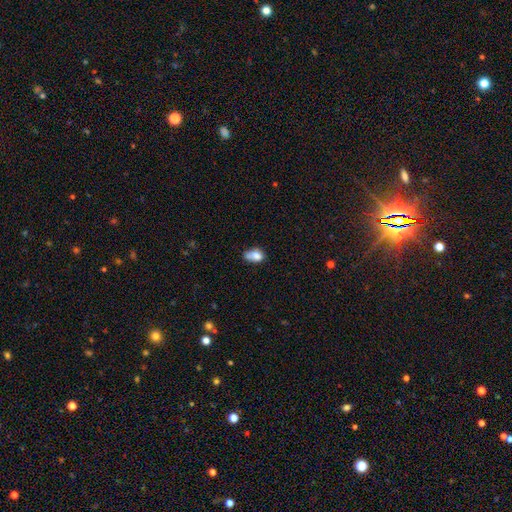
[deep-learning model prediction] This is likely a smooth galaxy (76%). How rounded: clearly in between (82%). Merging: marginally none (34%).